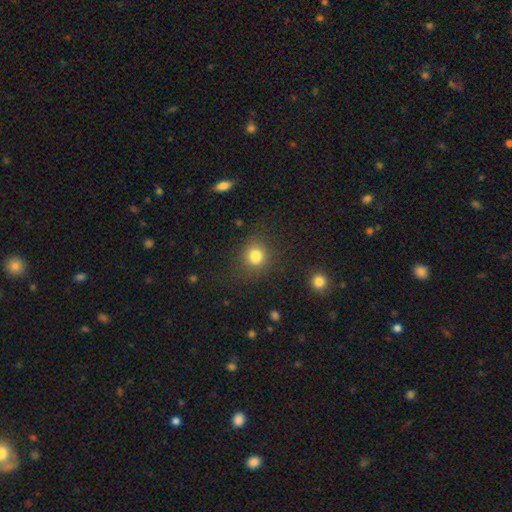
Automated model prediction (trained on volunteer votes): Overall: smooth (81%). How rounded: round (83%). Merging: none (82%).